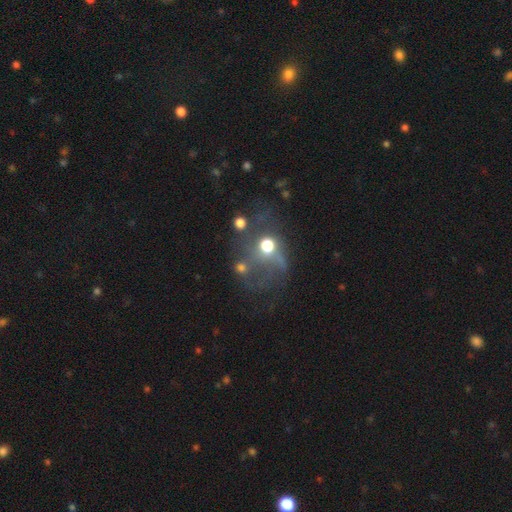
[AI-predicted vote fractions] Smooth or featured?
  - featured or disk: 42% *
  - smooth: 30%
  - star or artifact: 28%
Merging?
  - none: 36% *
  - major disturbance: 28%
  - merger: 20%
  - minor disturbance: 15%